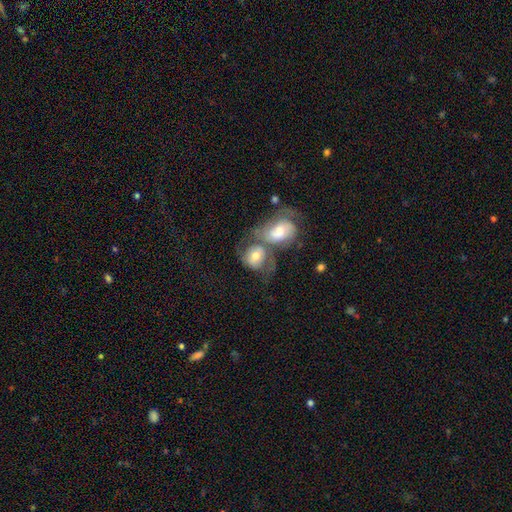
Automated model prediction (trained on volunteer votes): featured or disk 47%, smooth 45%, star or artifact 7%. Down the decision tree: merging — merger (70%).